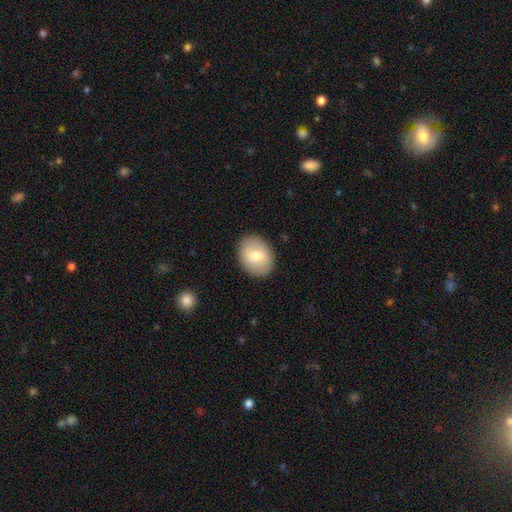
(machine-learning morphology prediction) Smooth or featured? Predicted: smooth (p=0.70). How rounded? Predicted: in between (p=0.55). Merging? Predicted: none (p=0.88).